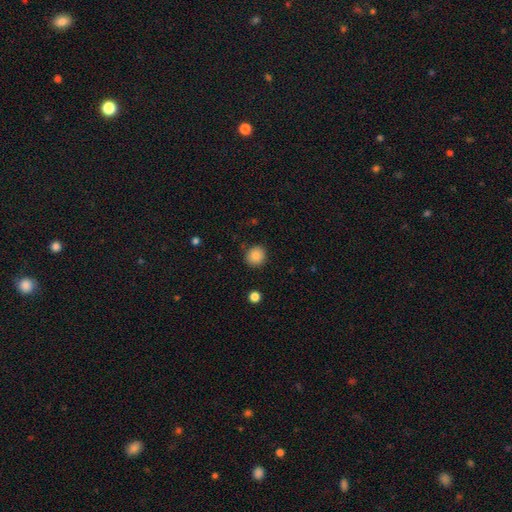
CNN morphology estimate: The model was most divided on "how rounded": round: 87%, in between: 12%, cigar-shaped: 1%. More confident: merging — none (88%); smooth or featured — smooth (86%).